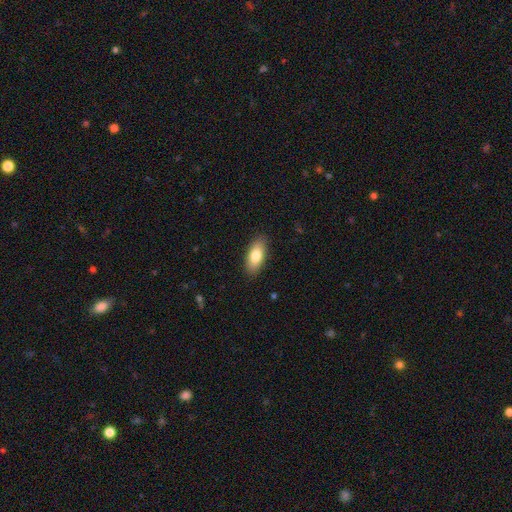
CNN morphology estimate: Smooth or featured? smooth (80%)
How rounded? in between (85%)
Merging? none (88%)